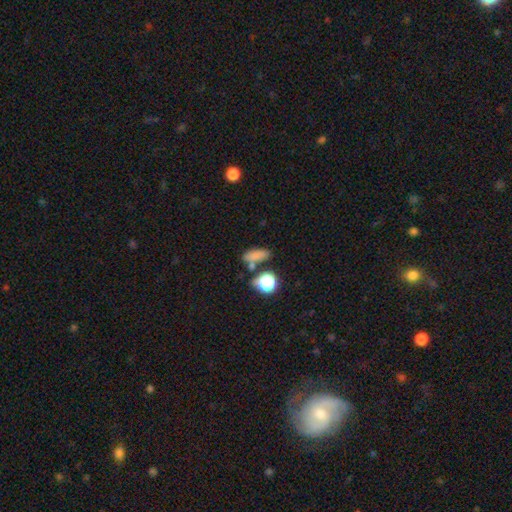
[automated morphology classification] smooth-or-featured: smooth: 75% | star or artifact: 16% | featured or disk: 9%
  how-rounded: in between: 65% | cigar-shaped: 18% | round: 17%
  merging: none: 63% | merger: 16% | minor disturbance: 15% | major disturbance: 6%